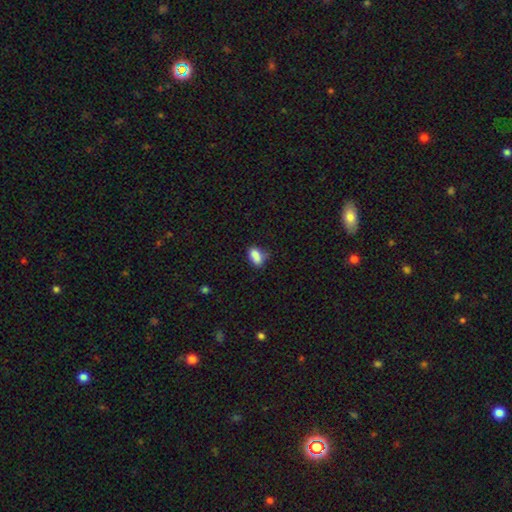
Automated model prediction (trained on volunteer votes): Overall: smooth (84%). How rounded: in between (85%). Merging: none (53%; minor disturbance 28%).